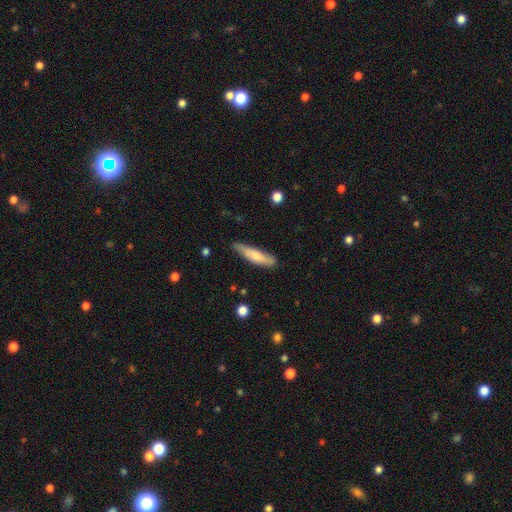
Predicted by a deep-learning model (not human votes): Morphology: type=smooth (70%); roundness=cigar-shaped (77%); merging=none (69%).